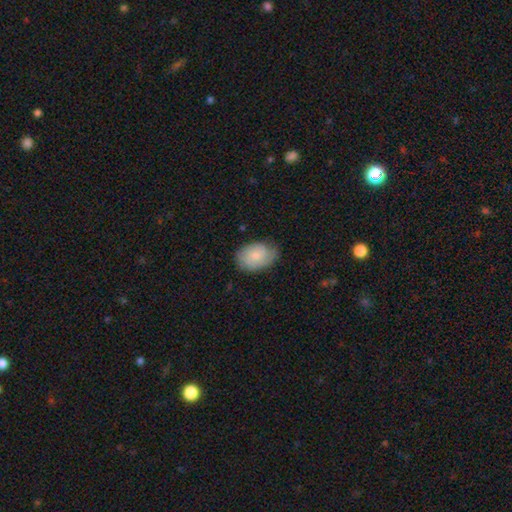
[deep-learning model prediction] The model was most divided on "smooth or featured": smooth: 59%, featured or disk: 34%, star or artifact: 6%. More confident: how rounded — in between (77%); merging — none (70%).